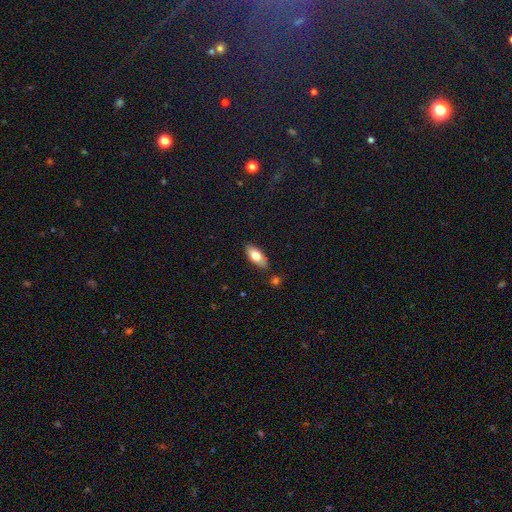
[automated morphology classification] smooth-or-featured: smooth: 74% | featured or disk: 20% | star or artifact: 7%
  how-rounded: in between: 80% | cigar-shaped: 18% | round: 3%
  merging: none: 82% | minor disturbance: 12% | merger: 4% | major disturbance: 2%